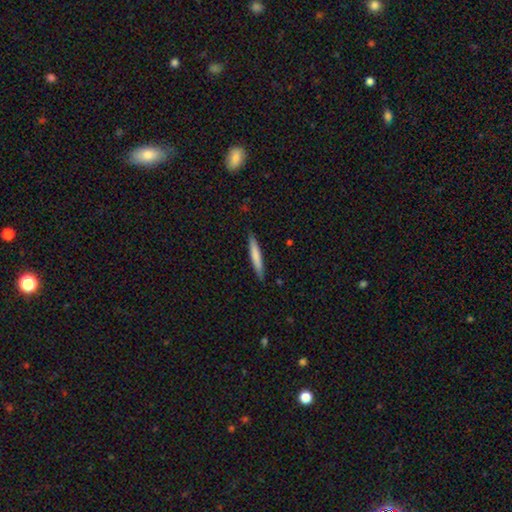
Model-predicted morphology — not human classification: Smooth or featured: smooth — 73% (featured or disk — 22%)
How rounded: cigar-shaped — 94% (in between — 5%)
Merging: none — 88% (minor disturbance — 9%)